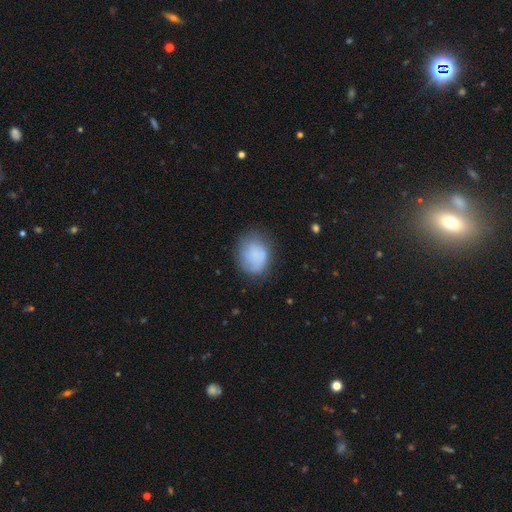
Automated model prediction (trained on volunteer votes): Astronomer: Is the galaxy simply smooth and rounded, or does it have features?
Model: smooth — 74%.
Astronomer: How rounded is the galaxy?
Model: round — 58% (runner-up: in between, 41%).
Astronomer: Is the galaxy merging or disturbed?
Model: none — 63%.